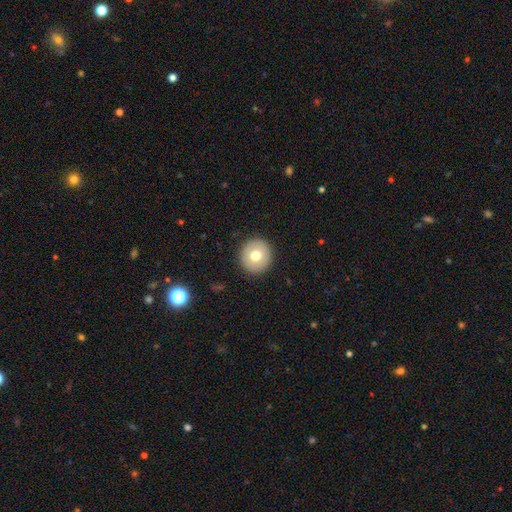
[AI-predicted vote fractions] The model was most divided on "smooth or featured": smooth: 73%, featured or disk: 19%, star or artifact: 8%. More confident: how rounded — round (94%); merging — none (92%).